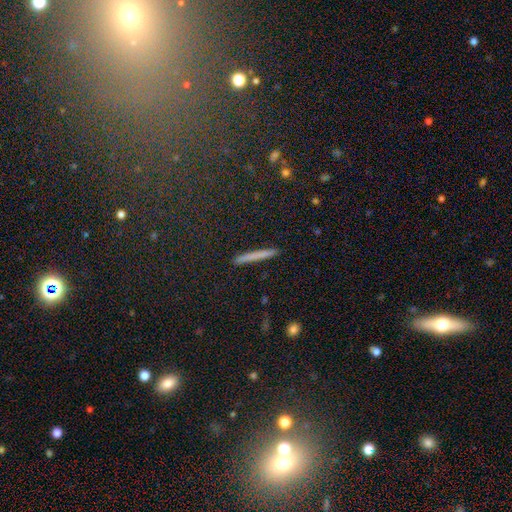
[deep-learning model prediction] Smooth or featured?
  - smooth: 66% *
  - featured or disk: 25%
  - star or artifact: 10%
How rounded?
  - cigar-shaped: 96% *
  - in between: 2%
  - round: 2%
Merging?
  - none: 90% *
  - minor disturbance: 7%
  - major disturbance: 1%
  - merger: 1%